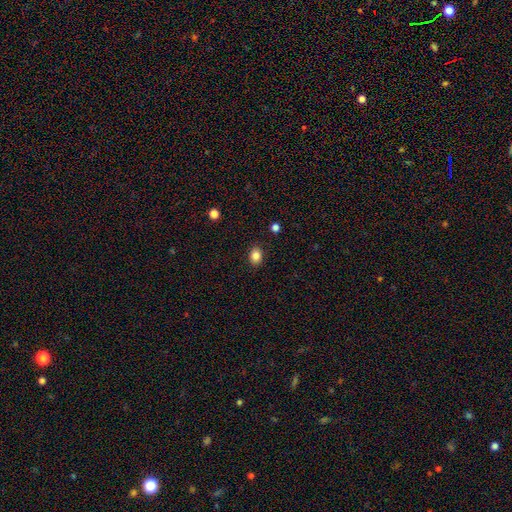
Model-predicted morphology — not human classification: Smooth or featured? smooth (85%)
How rounded? in between (64%)
Merging? none (88%)